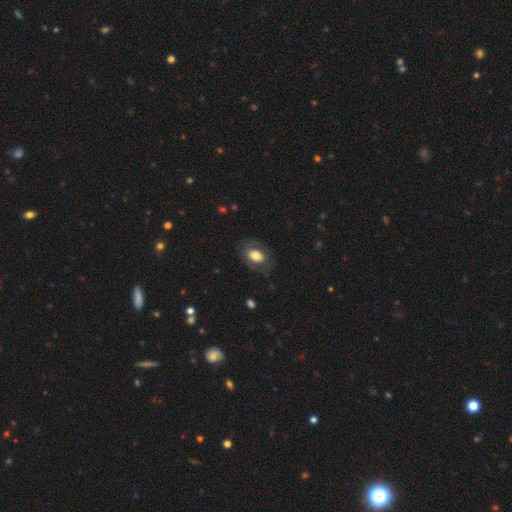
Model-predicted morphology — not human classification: A smooth galaxy with no disk features (66%) that is in between round and cigar-shaped (83%). Merging: none (73%).